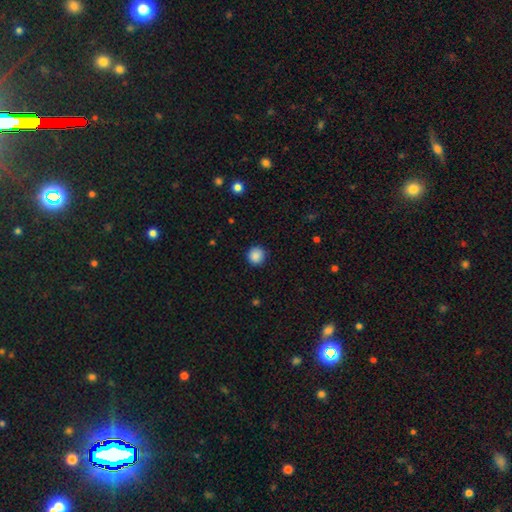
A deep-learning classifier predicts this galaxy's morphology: smooth 88%, star or artifact 9%, featured or disk 3%. Down the decision tree: how rounded — round (93%); merging — none (90%).